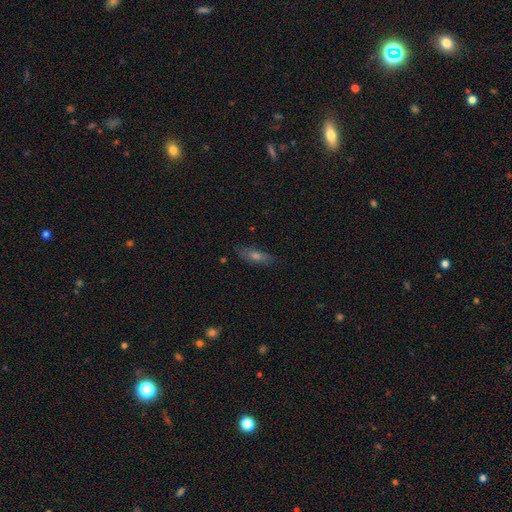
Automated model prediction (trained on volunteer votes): smooth 53%, featured or disk 34%, star or artifact 13%. Down the decision tree: how rounded — cigar-shaped (52%); merging — none (85%).